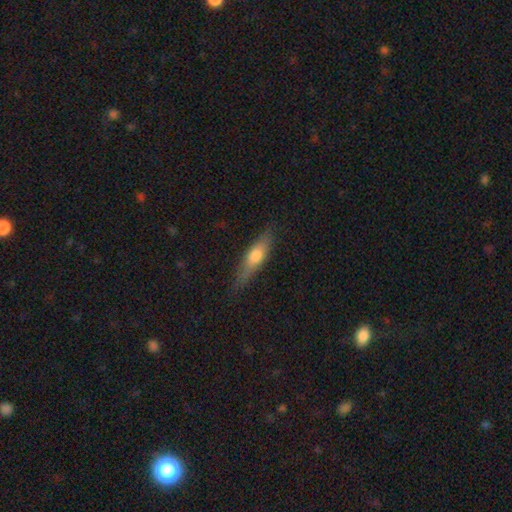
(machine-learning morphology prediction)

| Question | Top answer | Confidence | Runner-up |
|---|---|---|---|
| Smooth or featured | smooth | 58% | featured or disk (35%) |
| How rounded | cigar-shaped | 62% | in between (35%) |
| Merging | none | 77% | minor disturbance (18%) |